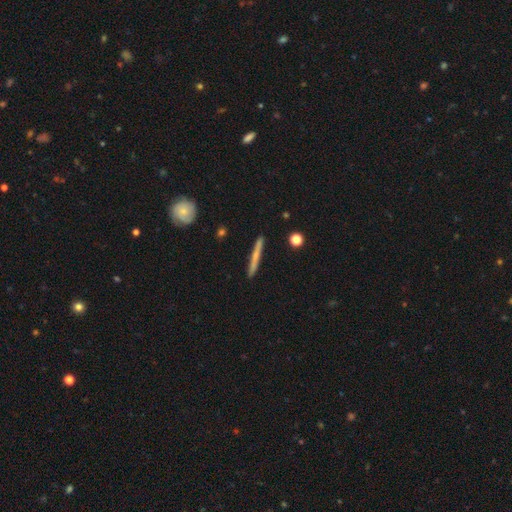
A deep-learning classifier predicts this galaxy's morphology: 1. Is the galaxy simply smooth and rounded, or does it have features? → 49% featured or disk, 46% smooth, 6% star or artifact.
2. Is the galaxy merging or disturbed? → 90% none, 7% minor disturbance, 1% merger, 1% major disturbance.